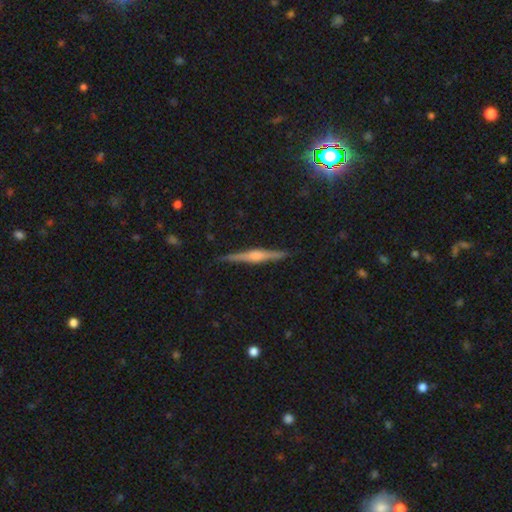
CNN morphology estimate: A featured or disk galaxy (77%) viewed edge-on (98%) with a rounded central bulge (75%). Merging: none (90%).